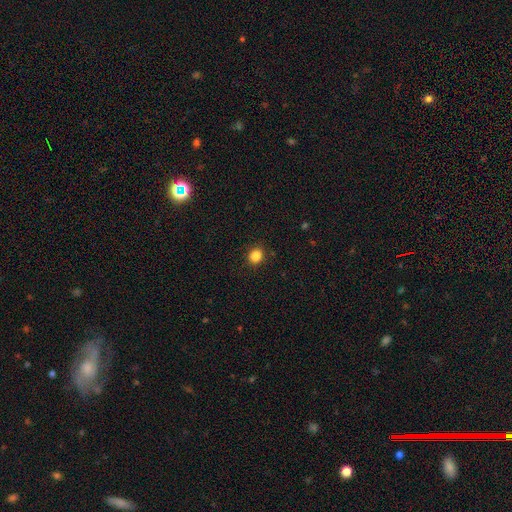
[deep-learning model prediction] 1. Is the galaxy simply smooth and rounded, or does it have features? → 84% smooth, 11% star or artifact, 4% featured or disk.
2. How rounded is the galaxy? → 71% round, 28% in between, 1% cigar-shaped.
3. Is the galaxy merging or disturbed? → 91% none, 6% minor disturbance, 2% major disturbance, 1% merger.